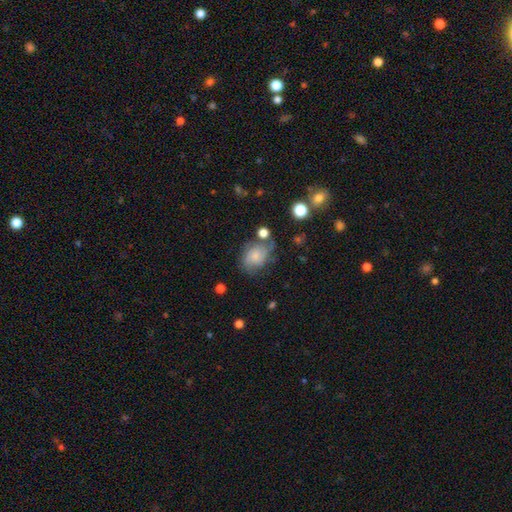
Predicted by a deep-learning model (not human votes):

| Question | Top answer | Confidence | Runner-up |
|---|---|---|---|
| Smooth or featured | smooth | 53% | featured or disk (37%) |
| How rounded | in between | 55% | round (43%) |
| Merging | none | 48% | minor disturbance (28%) |